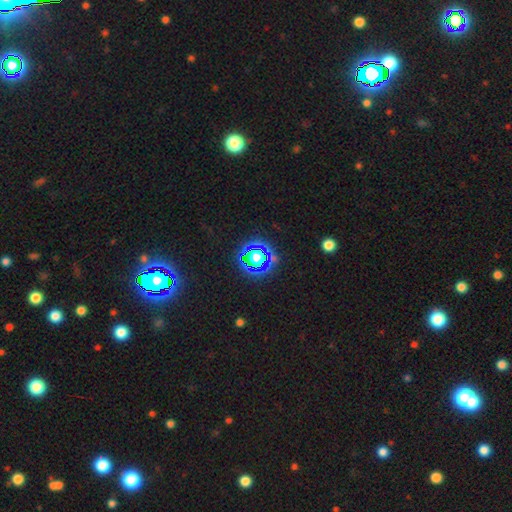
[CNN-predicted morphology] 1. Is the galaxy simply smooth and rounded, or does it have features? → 61% star or artifact, 26% smooth, 13% featured or disk.